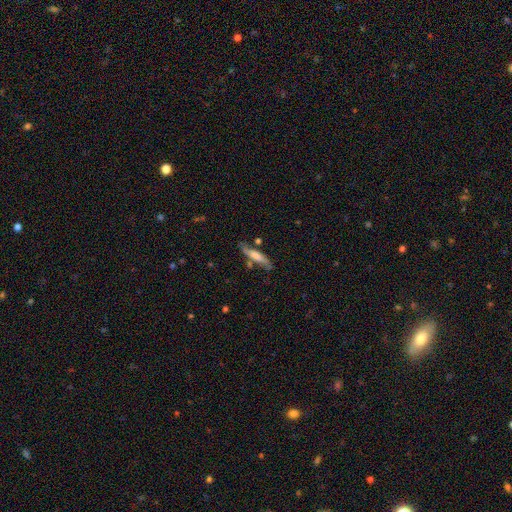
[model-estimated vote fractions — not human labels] This appears to be a smooth galaxy with no disk features (56%) that is cigar-shaped (84%). Merging: none (65%).